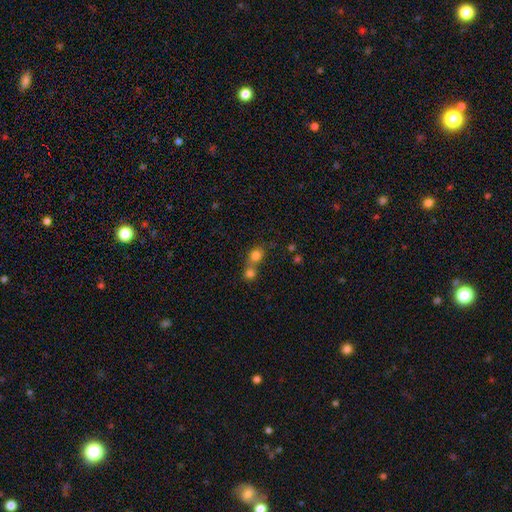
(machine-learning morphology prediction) This is likely a smooth galaxy (78%). How rounded: likely round (69%). Merging: possibly merger (59%).